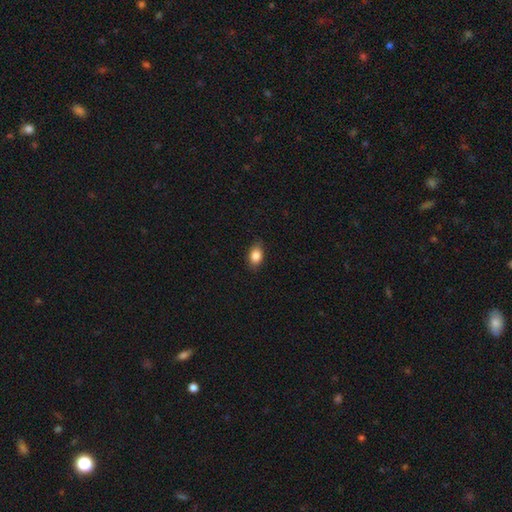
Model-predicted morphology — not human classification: Smooth or featured? smooth (85%)
How rounded? in between (81%)
Merging? none (85%)